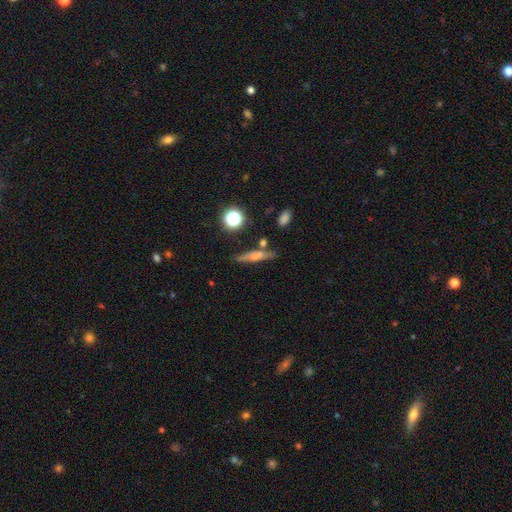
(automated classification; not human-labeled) Smooth or featured?
  - smooth: 55% *
  - featured or disk: 33%
  - star or artifact: 11%
How rounded?
  - cigar-shaped: 79% *
  - in between: 15%
  - round: 6%
Merging?
  - none: 75% *
  - minor disturbance: 14%
  - merger: 8%
  - major disturbance: 4%